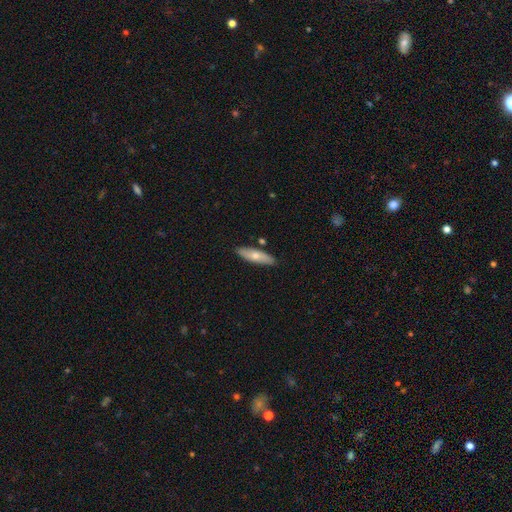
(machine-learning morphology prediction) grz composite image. It shows a smooth galaxy with no disk features (62%) that is cigar-shaped (52%). Merging: none (85%).